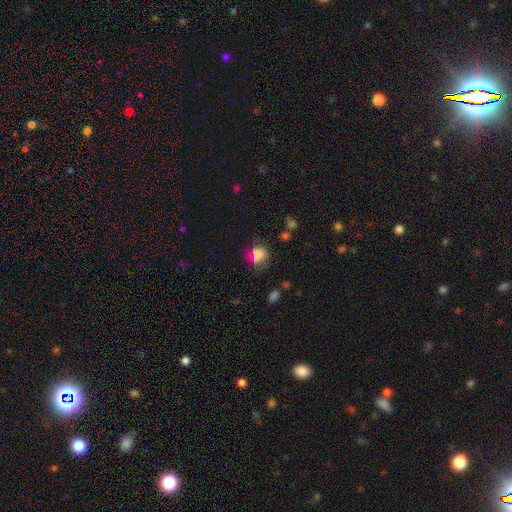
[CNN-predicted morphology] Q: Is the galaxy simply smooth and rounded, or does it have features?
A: smooth — 79%.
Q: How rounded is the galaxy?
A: round — 61%.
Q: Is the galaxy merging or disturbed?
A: none — 57%.